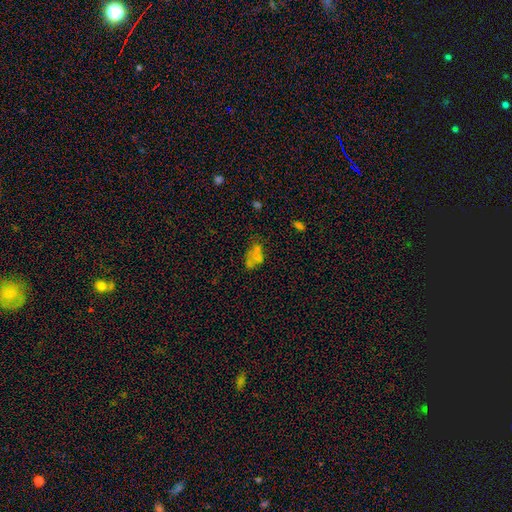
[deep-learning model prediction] Smooth or featured?
  - smooth: 56% *
  - featured or disk: 26%
  - star or artifact: 18%
How rounded?
  - in between: 82% *
  - round: 16%
  - cigar-shaped: 3%
Merging?
  - merger: 32% *
  - none: 31%
  - minor disturbance: 18%
  - major disturbance: 18%